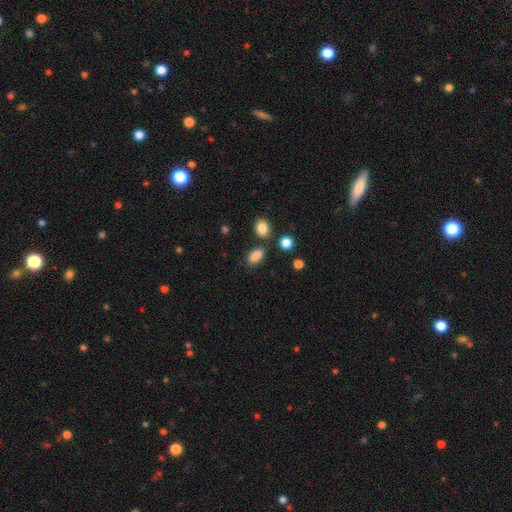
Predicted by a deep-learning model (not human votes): Smooth or featured?
  - smooth: 87% *
  - star or artifact: 9%
  - featured or disk: 4%
How rounded?
  - in between: 87% *
  - round: 9%
  - cigar-shaped: 4%
Merging?
  - none: 73% *
  - minor disturbance: 14%
  - merger: 9%
  - major disturbance: 4%